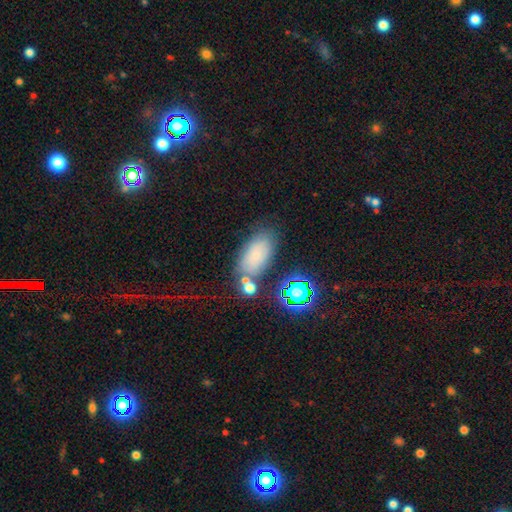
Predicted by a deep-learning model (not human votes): smooth-or-featured: smooth: 63% | star or artifact: 20% | featured or disk: 18%
  how-rounded: in between: 90% | round: 6% | cigar-shaped: 5%
  merging: none: 67% | minor disturbance: 17% | merger: 10% | major disturbance: 6%